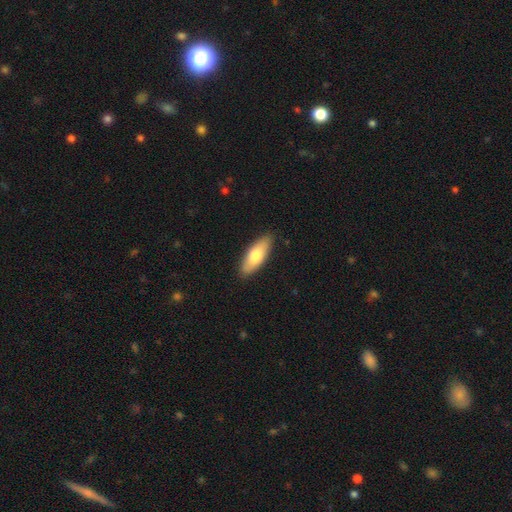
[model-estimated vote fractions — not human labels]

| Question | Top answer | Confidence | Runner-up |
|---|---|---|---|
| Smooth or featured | smooth | 72% | featured or disk (23%) |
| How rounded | in between | 72% | cigar-shaped (26%) |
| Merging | none | 88% | minor disturbance (10%) |